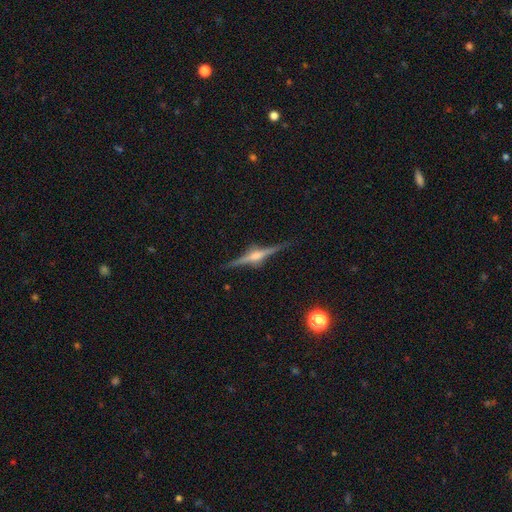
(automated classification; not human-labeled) Morphology: type=featured or disk (84%); edge-on=yes (98%); edge-on bulge=rounded (88%); merging=none (89%).